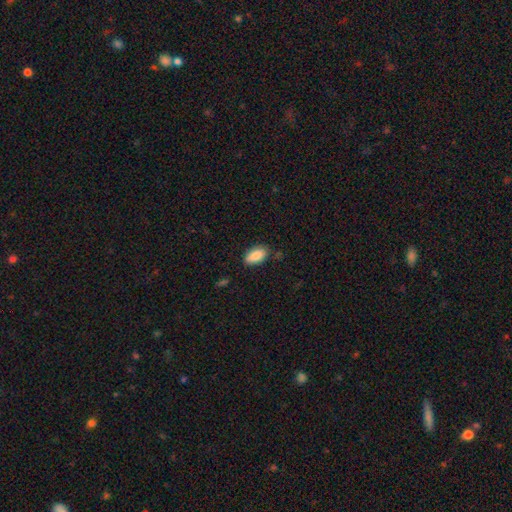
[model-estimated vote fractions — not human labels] Q: Smooth or featured?
A: smooth (88%); runner-up: star or artifact (7%)
Q: How rounded?
A: in between (91%); runner-up: cigar-shaped (6%)
Q: Merging?
A: none (82%); runner-up: minor disturbance (14%)